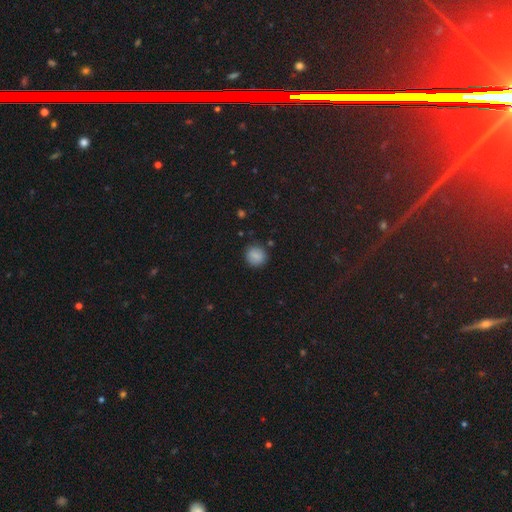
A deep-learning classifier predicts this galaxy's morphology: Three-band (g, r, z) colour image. It shows a smooth galaxy with no disk features (83%) that is round (89%). Merging: none (86%).